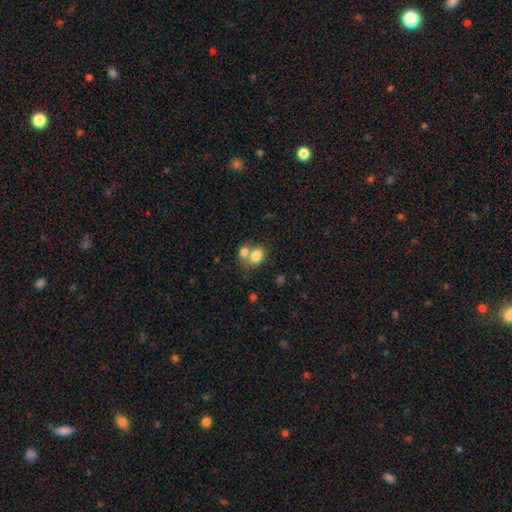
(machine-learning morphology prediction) smooth 80%, featured or disk 10%, star or artifact 10%. Down the decision tree: how rounded — round (58%); merging — merger (48%).